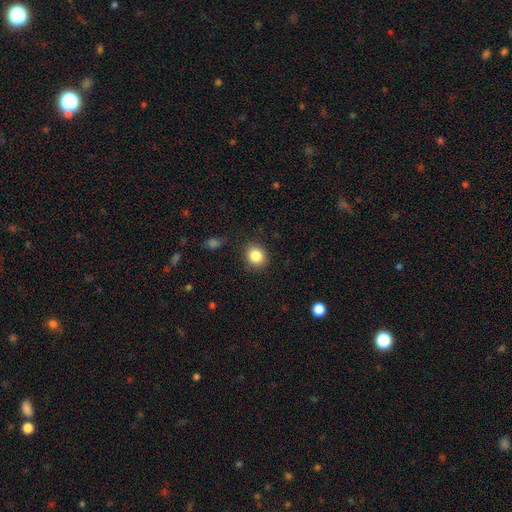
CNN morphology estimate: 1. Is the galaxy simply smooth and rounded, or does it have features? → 86% smooth, 10% star or artifact, 5% featured or disk.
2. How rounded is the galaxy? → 78% round, 21% in between, 1% cigar-shaped.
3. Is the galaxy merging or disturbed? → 87% none, 9% minor disturbance, 3% major disturbance, 1% merger.